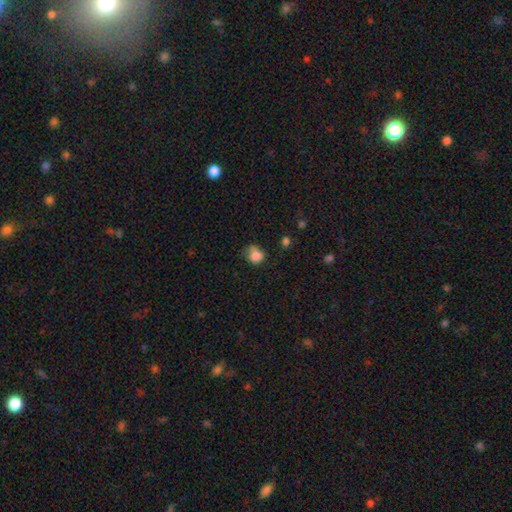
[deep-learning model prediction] Smooth or featured?
  - smooth: 80% *
  - star or artifact: 11%
  - featured or disk: 9%
How rounded?
  - round: 60% *
  - in between: 39%
  - cigar-shaped: 1%
Merging?
  - none: 39% *
  - minor disturbance: 32%
  - major disturbance: 15%
  - merger: 13%